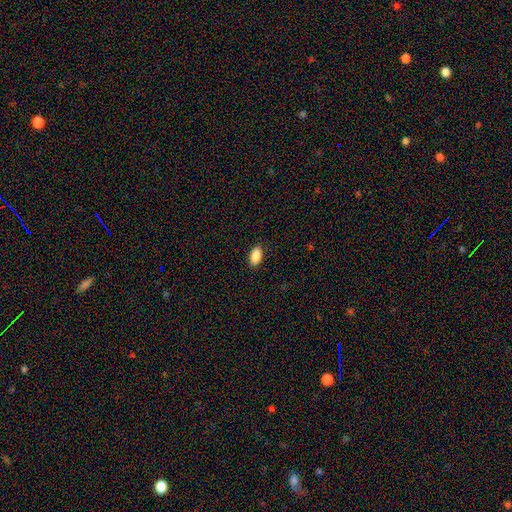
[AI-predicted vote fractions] Smooth or featured?
  - smooth: 90% *
  - star or artifact: 7%
  - featured or disk: 3%
How rounded?
  - in between: 94% *
  - round: 3%
  - cigar-shaped: 3%
Merging?
  - none: 89% *
  - minor disturbance: 8%
  - major disturbance: 2%
  - merger: 1%